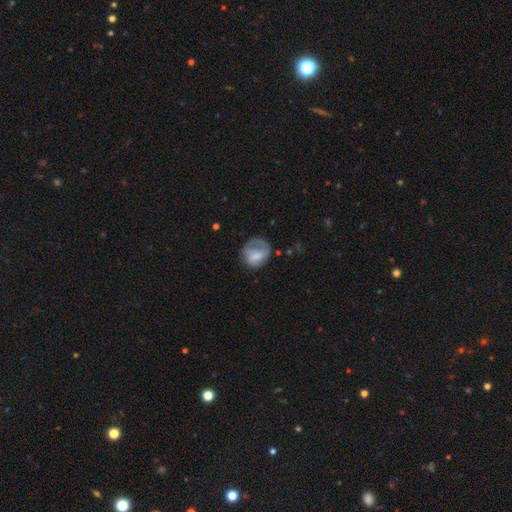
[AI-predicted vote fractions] A smooth galaxy with no disk features (60%) that is round (59%).

Vote fractions:
- Smooth or featured? smooth: 60% / featured or disk: 31% / star or artifact: 8%
- How rounded? round: 59% / in between: 40% / cigar-shaped: 1%
- Merging? none: 39% / major disturbance: 30% / minor disturbance: 28% / merger: 3%